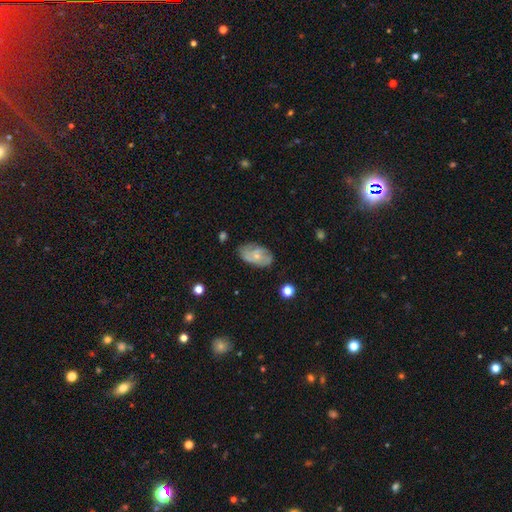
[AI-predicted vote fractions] Smooth or featured? Predicted: featured or disk (p=0.51). Edge-on disk? Predicted: no (p=0.95). Merging? Predicted: none (p=0.63).